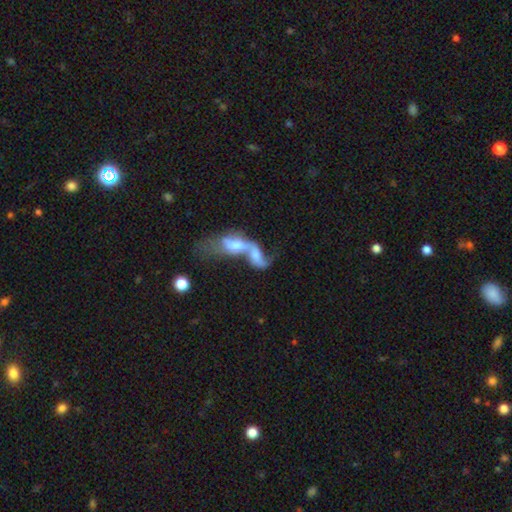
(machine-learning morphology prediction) This is possibly a featured or disk galaxy (54%). It is clearly not viewed edge-on (92%). Merging: clearly merger (81%).